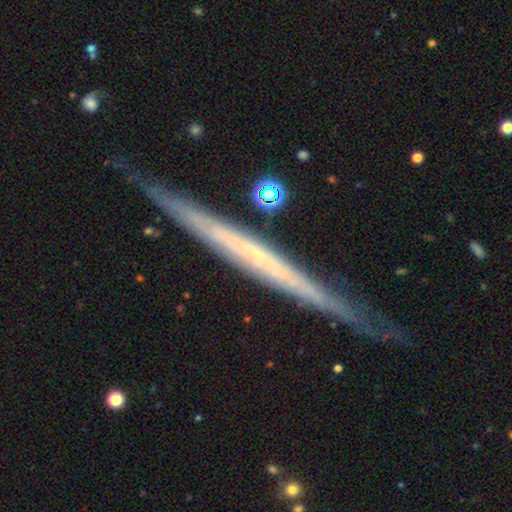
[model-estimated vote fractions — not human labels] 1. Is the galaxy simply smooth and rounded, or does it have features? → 74% featured or disk, 20% smooth, 6% star or artifact.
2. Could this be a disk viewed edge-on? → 95% yes, 5% no.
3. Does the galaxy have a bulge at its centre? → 84% none, 11% rounded, 5% boxy.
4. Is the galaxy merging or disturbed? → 82% none, 14% minor disturbance, 2% major disturbance, 2% merger.